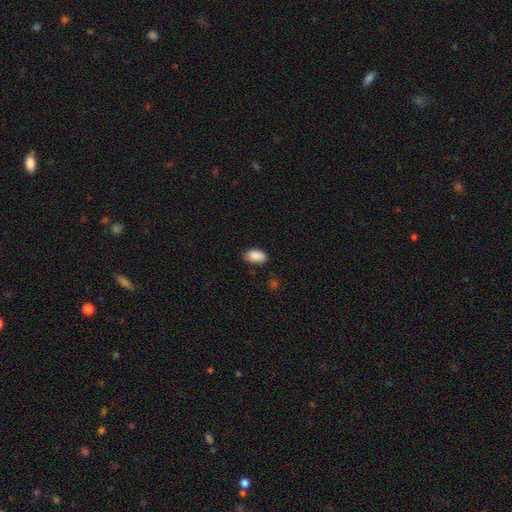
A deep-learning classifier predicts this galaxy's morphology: smooth-or-featured: smooth: 89% | star or artifact: 7% | featured or disk: 4%
  how-rounded: in between: 93% | round: 5% | cigar-shaped: 2%
  merging: none: 78% | minor disturbance: 17% | major disturbance: 3% | merger: 1%